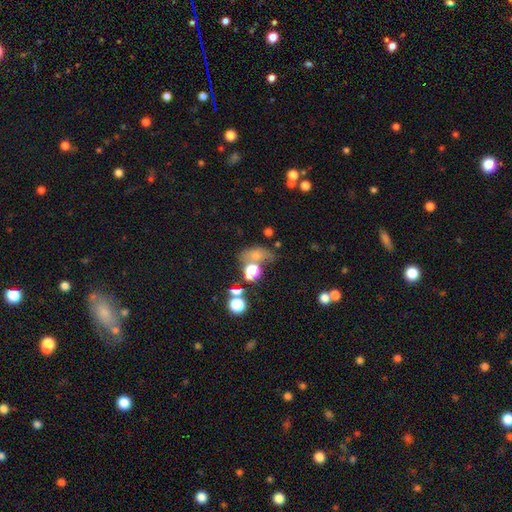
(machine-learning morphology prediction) type=smooth (59%); roundness=in between (63%); merging=none (44%).